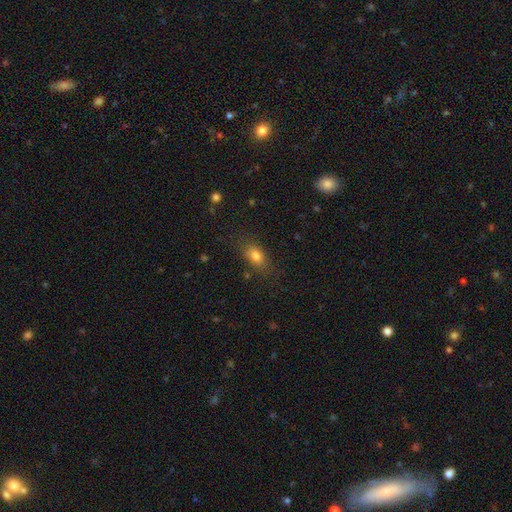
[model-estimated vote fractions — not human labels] Q: Smooth or featured?
A: smooth (80%); runner-up: star or artifact (10%)
Q: How rounded?
A: in between (81%); runner-up: round (12%)
Q: Merging?
A: none (78%); runner-up: minor disturbance (15%)